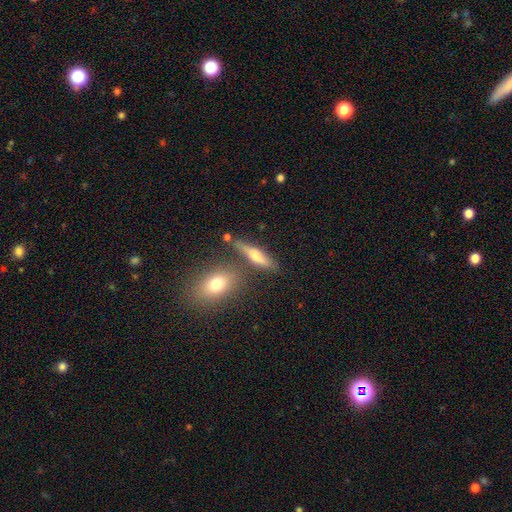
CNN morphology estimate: This is possibly a smooth galaxy (47%). Merging: likely none (69%).